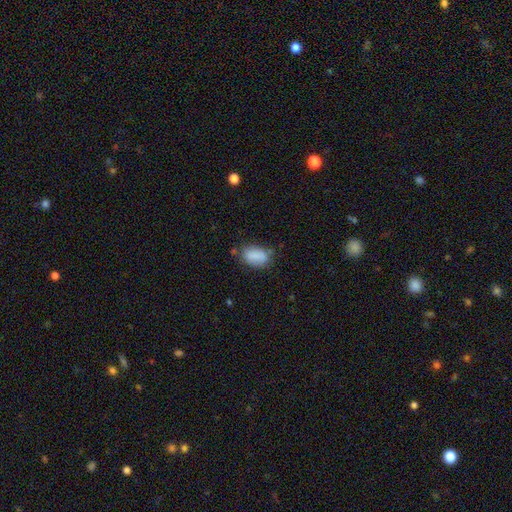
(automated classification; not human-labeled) Smooth or featured: smooth — 85% (star or artifact — 8%)
How rounded: in between — 89% (round — 9%)
Merging: none — 64% (minor disturbance — 25%)